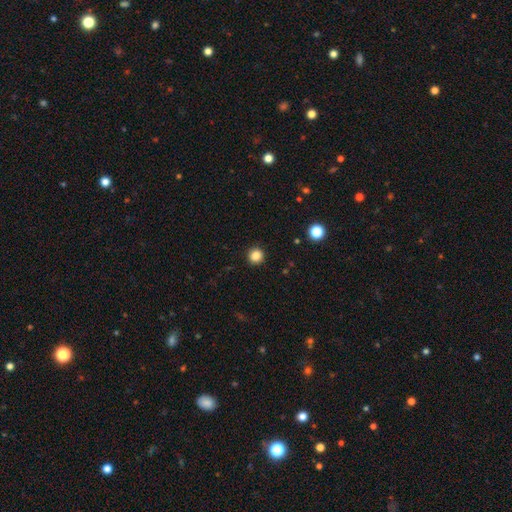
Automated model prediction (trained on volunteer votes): Smooth or featured?
  - smooth: 85% *
  - star or artifact: 12%
  - featured or disk: 3%
How rounded?
  - round: 93% *
  - in between: 6%
  - cigar-shaped: 1%
Merging?
  - none: 92% *
  - minor disturbance: 5%
  - major disturbance: 2%
  - merger: 1%